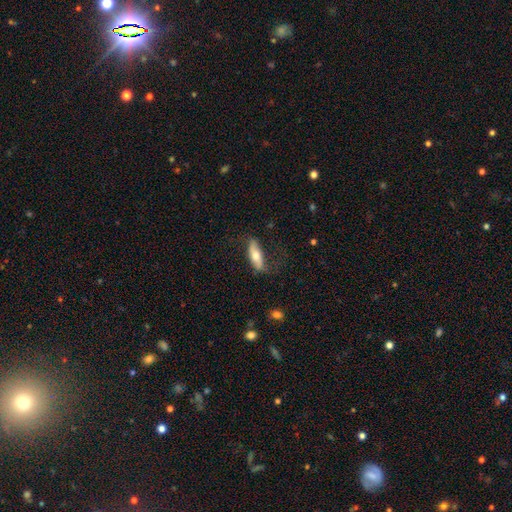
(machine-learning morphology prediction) smooth 62%, featured or disk 33%, star or artifact 6%. Down the decision tree: how rounded — in between (56%); merging — none (63%).